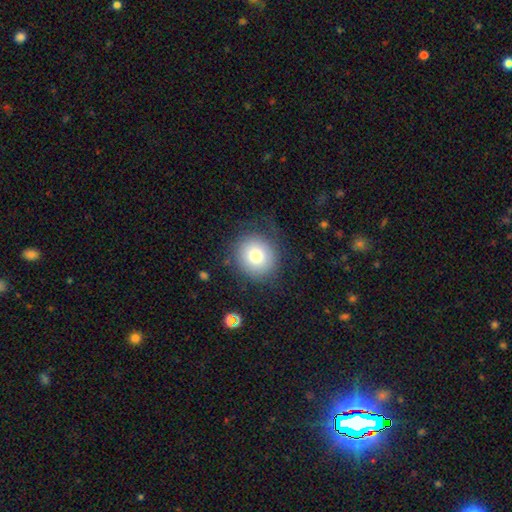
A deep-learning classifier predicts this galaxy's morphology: Q: Smooth or featured?
A: smooth (74%); runner-up: featured or disk (15%)
Q: How rounded?
A: round (90%); runner-up: in between (9%)
Q: Merging?
A: none (75%); runner-up: minor disturbance (15%)